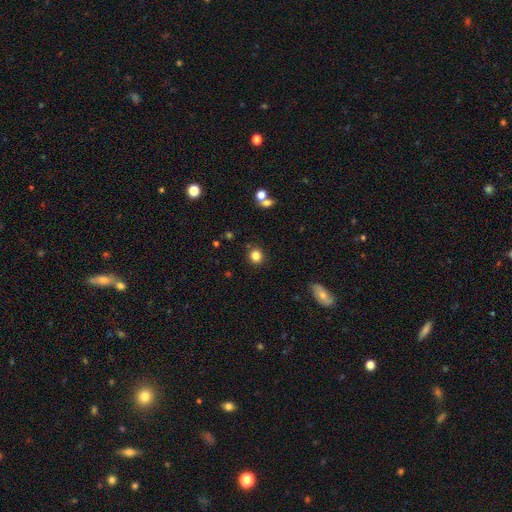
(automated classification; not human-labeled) smooth 83%, star or artifact 12%, featured or disk 5%. Down the decision tree: how rounded — round (83%); merging — none (87%).